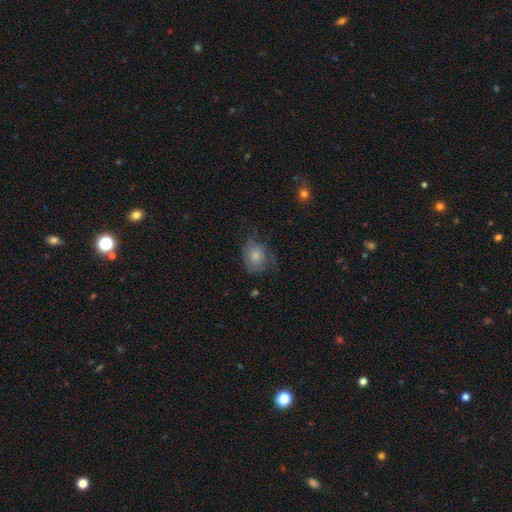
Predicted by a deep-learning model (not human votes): smooth-or-featured: smooth: 62% | featured or disk: 30% | star or artifact: 8%
  how-rounded: round: 52% | in between: 47% | cigar-shaped: 1%
  merging: none: 47% | minor disturbance: 30% | major disturbance: 22% | merger: 2%